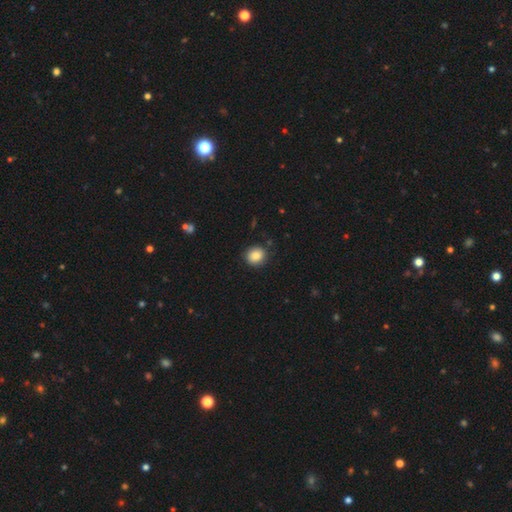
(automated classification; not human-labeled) Q: Smooth or featured?
A: smooth (86%); runner-up: star or artifact (9%)
Q: How rounded?
A: round (78%); runner-up: in between (21%)
Q: Merging?
A: none (87%); runner-up: minor disturbance (10%)